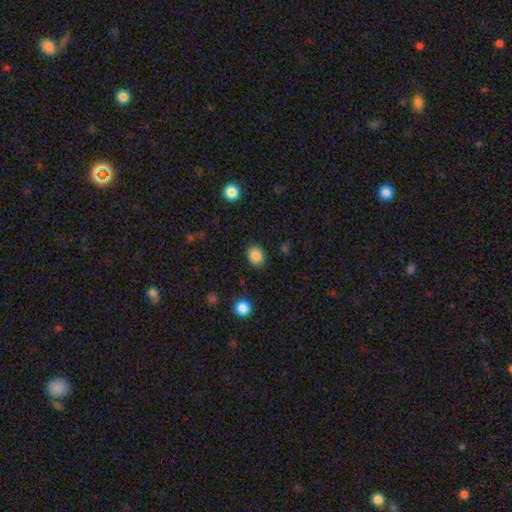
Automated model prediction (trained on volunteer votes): Q: Smooth or featured?
A: smooth (86%); runner-up: star or artifact (10%)
Q: How rounded?
A: round (57%); runner-up: in between (43%)
Q: Merging?
A: none (87%); runner-up: minor disturbance (9%)